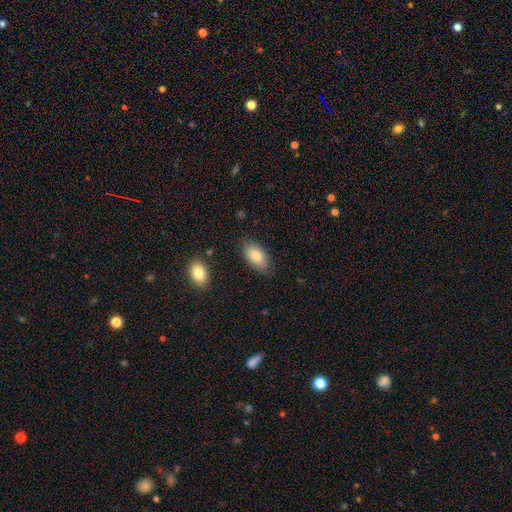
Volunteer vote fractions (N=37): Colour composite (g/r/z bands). It shows a smooth galaxy with no disk features (86%) that is in between round and cigar-shaped (100%). Merging: none (83%).